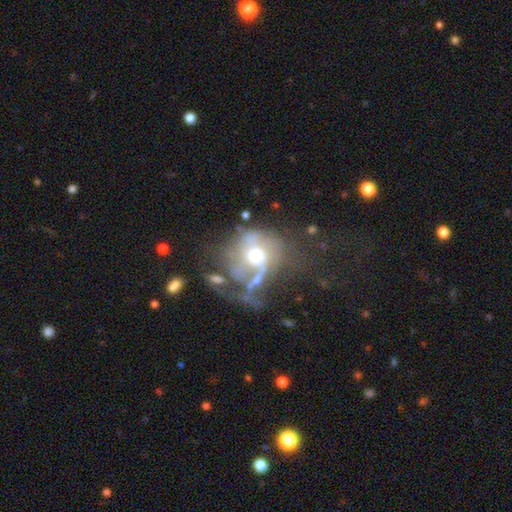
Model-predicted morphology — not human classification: Smooth or featured? Predicted: featured or disk (p=0.63). Edge-on disk? Predicted: no (p=0.96). Bar? Predicted: no (p=0.71). Spiral arms? Predicted: yes (p=0.52). Bulge size? Predicted: moderate (p=0.66). Merging? Predicted: major disturbance (p=0.41).